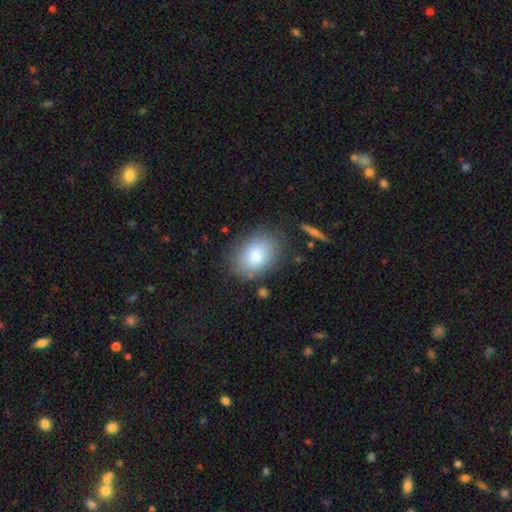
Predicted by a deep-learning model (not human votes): Smooth or featured? smooth (81%)
How rounded? in between (71%)
Merging? none (76%)